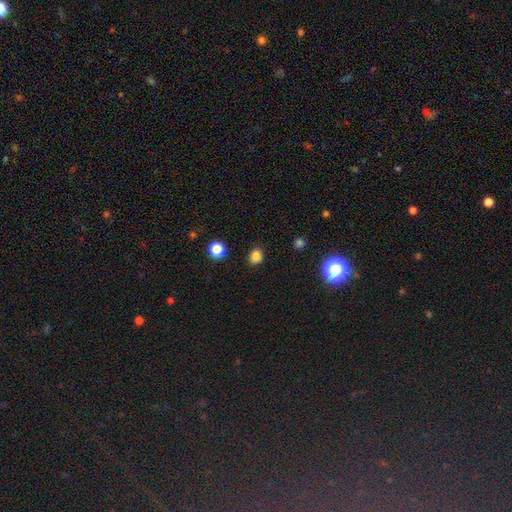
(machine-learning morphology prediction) smooth_or_featured: smooth (p=0.82) [alt: star or artifact p=0.14]
how_rounded: round (p=0.55) [alt: in between p=0.44]
merging: none (p=0.86) [alt: minor disturbance p=0.10]